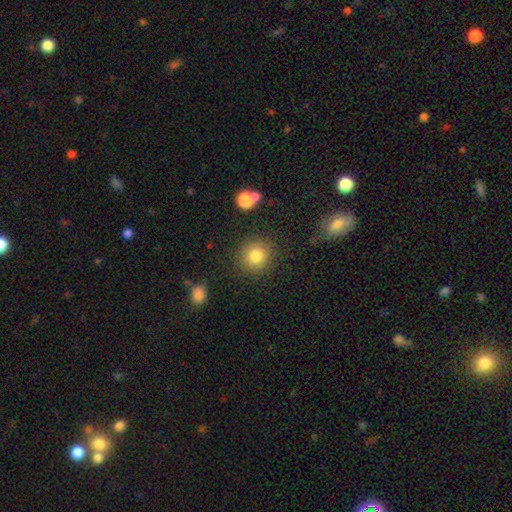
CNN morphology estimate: Overall: smooth (82%). How rounded: round (88%). Merging: none (85%).